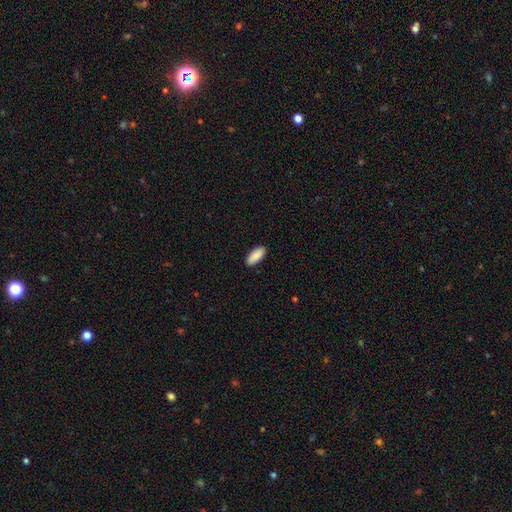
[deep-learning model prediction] A smooth galaxy with no disk features (91%) that is in between round and cigar-shaped (81%). Merging: none (91%).